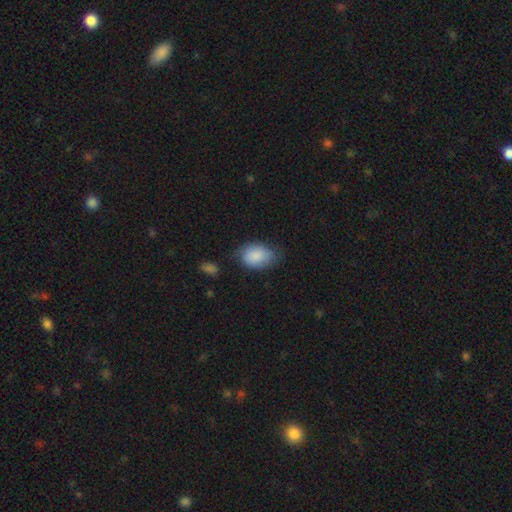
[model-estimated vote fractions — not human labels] Smooth or featured? Predicted: smooth (p=0.86). How rounded? Predicted: in between (p=0.80). Merging? Predicted: none (p=0.61).